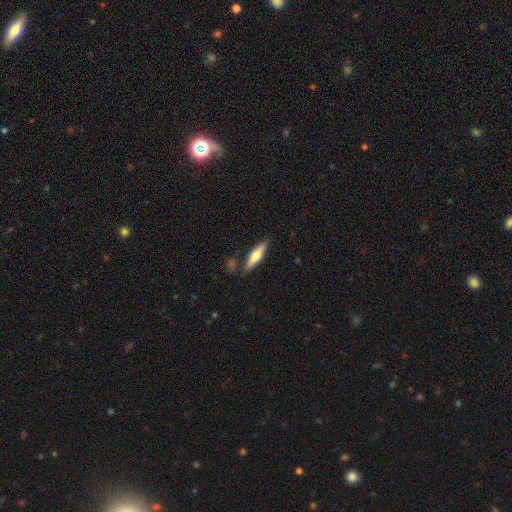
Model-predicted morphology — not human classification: Overall: smooth (58%; featured or disk 37%). How rounded: cigar-shaped (72%). Merging: none (80%).